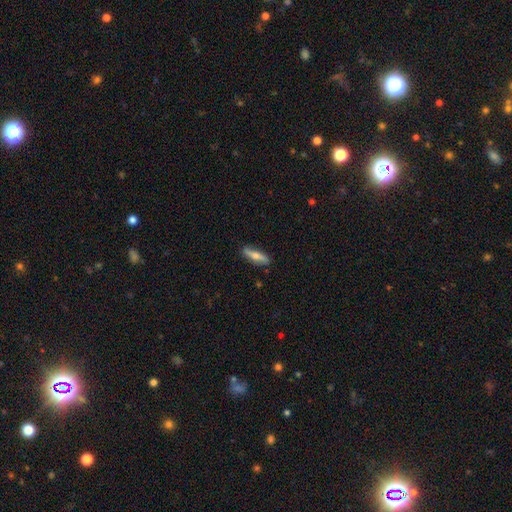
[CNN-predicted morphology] Overall: smooth (54%; featured or disk 40%). How rounded: cigar-shaped (67%; in between 30%). Merging: none (81%).